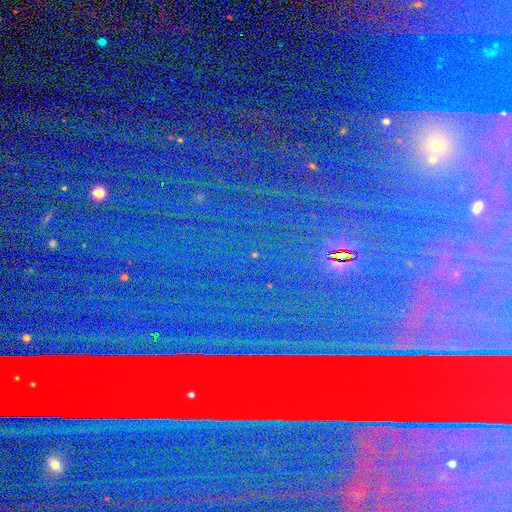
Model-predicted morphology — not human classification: This appears to be a star or artifact, not a galaxy (79%).